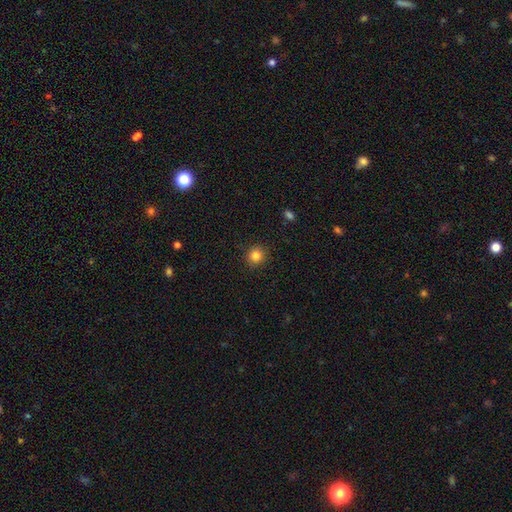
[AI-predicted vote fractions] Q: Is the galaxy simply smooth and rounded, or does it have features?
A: smooth — 84%.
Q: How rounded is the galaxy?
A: round — 91%.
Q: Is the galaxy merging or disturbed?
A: none — 90%.